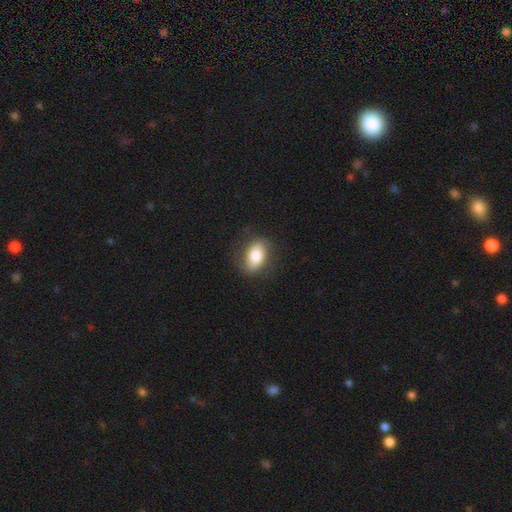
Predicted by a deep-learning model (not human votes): This is likely a smooth galaxy (74%). How rounded: clearly in between (85%). Merging: likely none (79%).